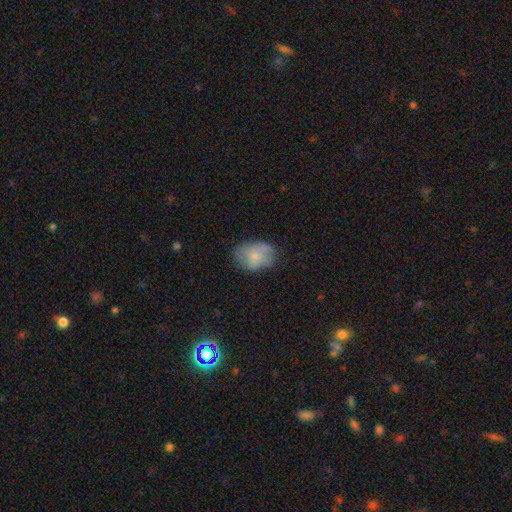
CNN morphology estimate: type=smooth (70%); roundness=in between (78%); merging=none (62%).